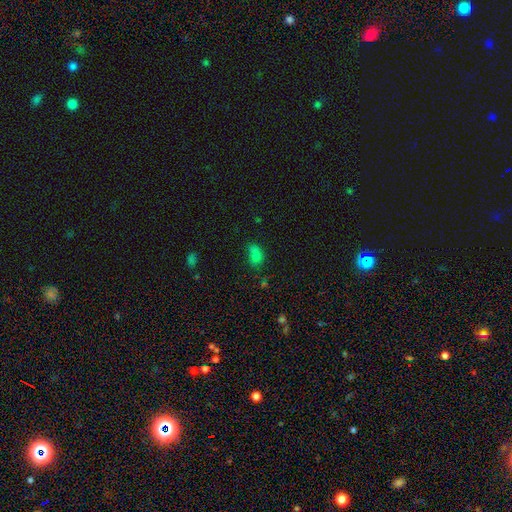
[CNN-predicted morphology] Smooth or featured: smooth — 74% (star or artifact — 17%)
How rounded: in between — 81% (round — 15%)
Merging: none — 42% (minor disturbance — 23%)